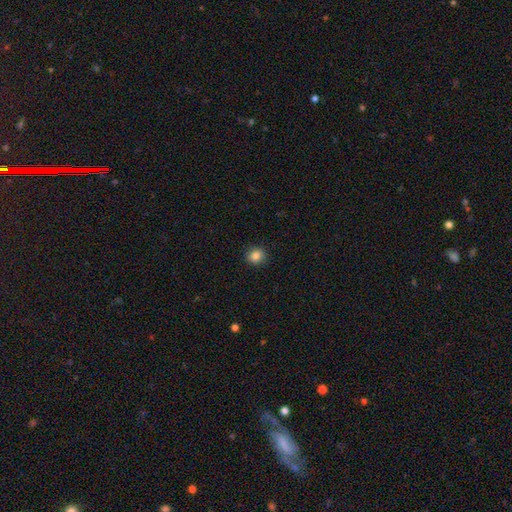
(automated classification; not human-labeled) The model was most divided on "how rounded": round: 85%, in between: 14%, cigar-shaped: 1%. More confident: merging — none (91%); smooth or featured — smooth (85%).